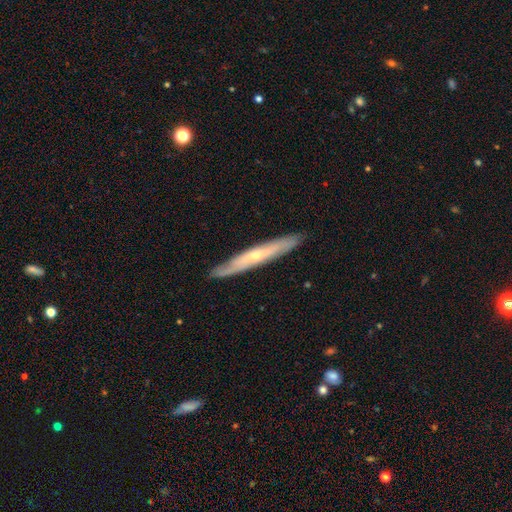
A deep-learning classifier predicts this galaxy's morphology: Smooth or featured? featured or disk (65%)
Edge-on disk? yes (77%)
Edge-on bulge? rounded (63%)
Merging? none (86%)